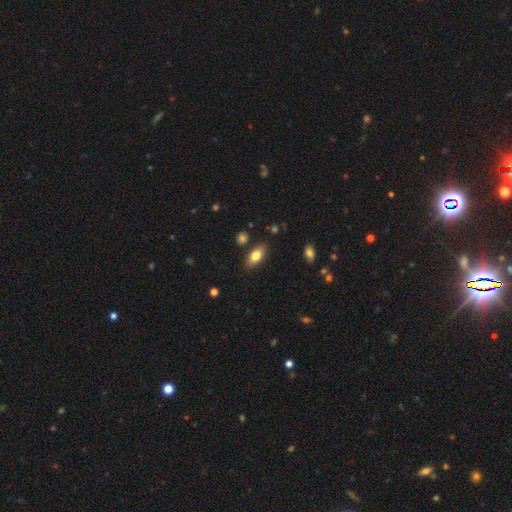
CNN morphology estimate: Smooth or featured: smooth — 81% (featured or disk — 12%)
How rounded: in between — 88% (cigar-shaped — 8%)
Merging: none — 82% (minor disturbance — 12%)